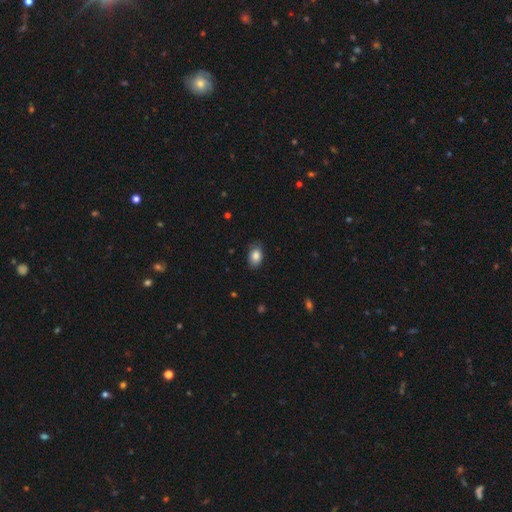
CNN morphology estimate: Smooth or featured?
  - smooth: 86% *
  - star or artifact: 8%
  - featured or disk: 7%
How rounded?
  - in between: 84% *
  - round: 14%
  - cigar-shaped: 1%
Merging?
  - none: 80% *
  - minor disturbance: 16%
  - major disturbance: 3%
  - merger: 1%